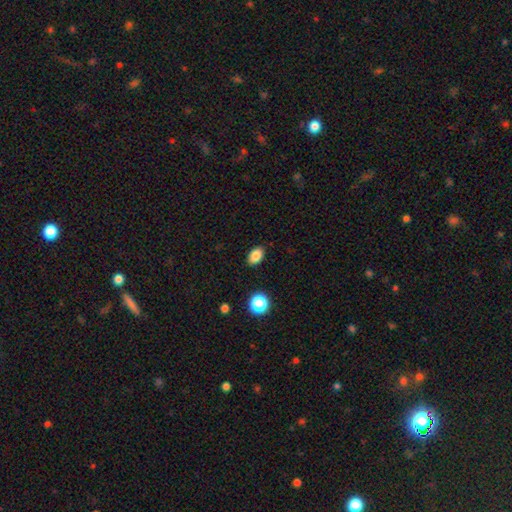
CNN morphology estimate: smooth 84%, star or artifact 11%, featured or disk 5%. Down the decision tree: how rounded — in between (85%); merging — none (88%).